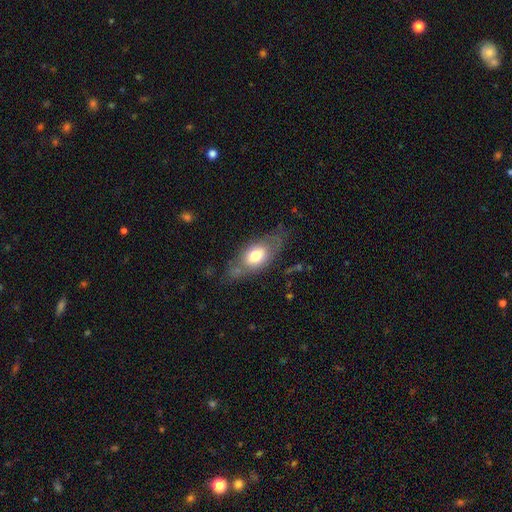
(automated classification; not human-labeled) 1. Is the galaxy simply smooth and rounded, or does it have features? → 59% smooth, 34% featured or disk, 7% star or artifact.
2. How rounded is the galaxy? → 84% in between, 10% cigar-shaped, 6% round.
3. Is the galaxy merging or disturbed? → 65% none, 22% minor disturbance, 10% major disturbance, 3% merger.